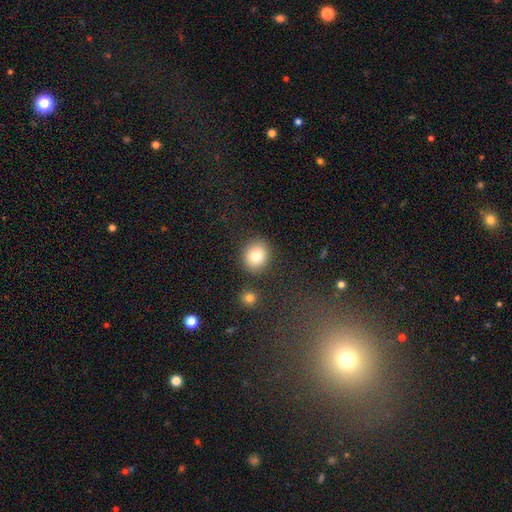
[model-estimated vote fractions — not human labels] Q: Smooth or featured?
A: smooth (80%); runner-up: star or artifact (10%)
Q: How rounded?
A: round (78%); runner-up: in between (22%)
Q: Merging?
A: none (86%); runner-up: minor disturbance (8%)